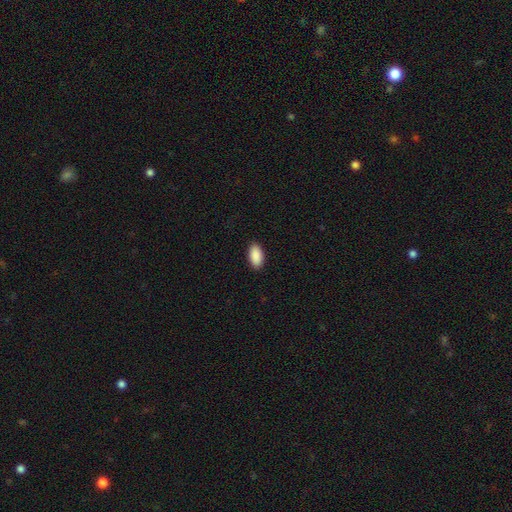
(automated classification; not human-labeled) Q: Smooth or featured?
A: smooth (91%); runner-up: star or artifact (6%)
Q: How rounded?
A: in between (95%); runner-up: cigar-shaped (3%)
Q: Merging?
A: none (90%); runner-up: minor disturbance (7%)